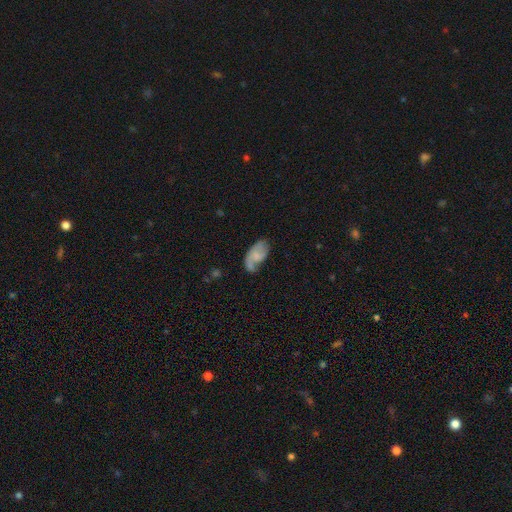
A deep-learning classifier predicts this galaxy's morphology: Smooth or featured? smooth (53%)
How rounded? in between (93%)
Merging? none (40%)